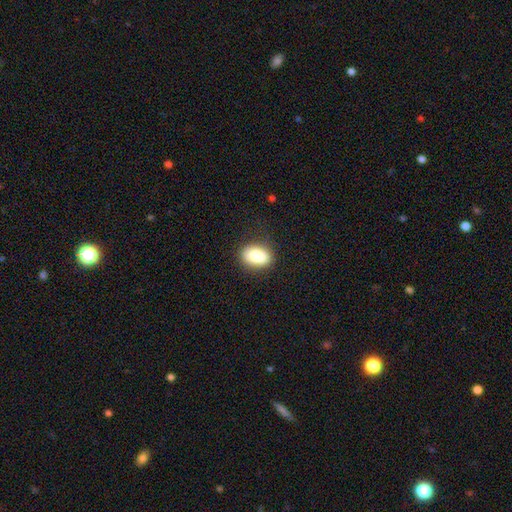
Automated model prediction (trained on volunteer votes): smooth 81%, featured or disk 11%, star or artifact 8%. Down the decision tree: how rounded — in between (81%); merging — none (82%).